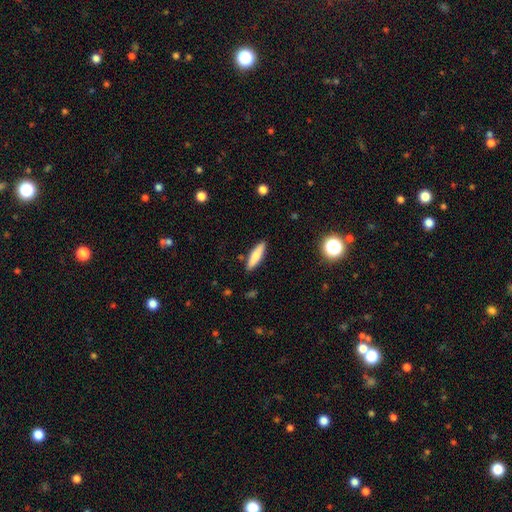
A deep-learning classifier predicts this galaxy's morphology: smooth 79%, featured or disk 14%, star or artifact 7%. Down the decision tree: how rounded — cigar-shaped (71%); merging — none (87%).